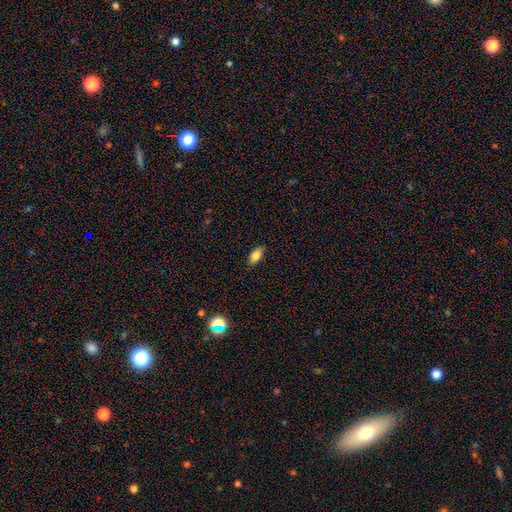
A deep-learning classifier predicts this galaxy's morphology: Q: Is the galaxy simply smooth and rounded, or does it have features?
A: smooth — 83%.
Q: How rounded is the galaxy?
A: in between — 87%.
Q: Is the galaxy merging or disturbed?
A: none — 84%.